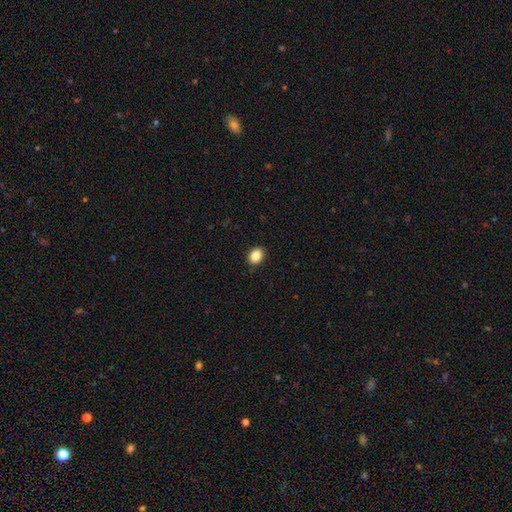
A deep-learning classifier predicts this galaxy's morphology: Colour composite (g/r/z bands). It shows a smooth galaxy with no disk features (87%) that is in between round and cigar-shaped (55%). Merging: none (91%).